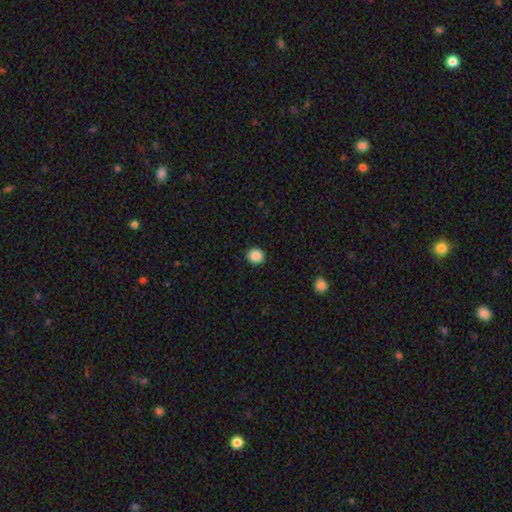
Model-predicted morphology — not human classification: Overall: smooth (88%). How rounded: round (88%). Merging: none (92%).